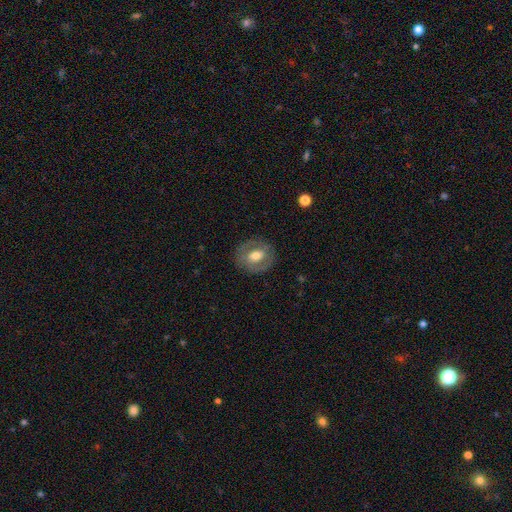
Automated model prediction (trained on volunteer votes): Smooth or featured?
  - featured or disk: 47% *
  - smooth: 46%
  - star or artifact: 7%
Merging?
  - none: 82% *
  - minor disturbance: 12%
  - major disturbance: 5%
  - merger: 1%